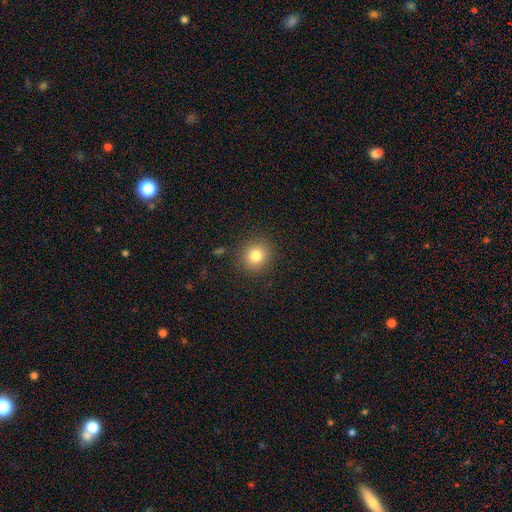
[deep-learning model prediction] smooth-or-featured: smooth: 81% | star or artifact: 11% | featured or disk: 8%
  how-rounded: round: 88% | in between: 11% | cigar-shaped: 1%
  merging: none: 89% | minor disturbance: 7% | major disturbance: 3% | merger: 1%